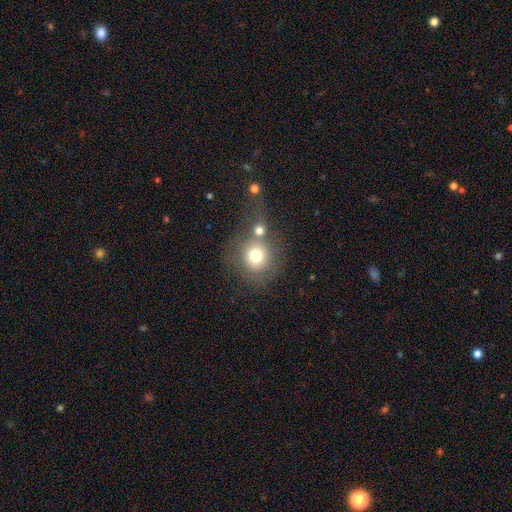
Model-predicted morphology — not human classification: A smooth galaxy with no disk features (73%) that is round (86%).

Vote fractions:
- Smooth or featured? smooth: 73% / featured or disk: 15% / star or artifact: 11%
- How rounded? round: 86% / in between: 13% / cigar-shaped: 1%
- Merging? none: 47% / merger: 34% / minor disturbance: 11% / major disturbance: 9%